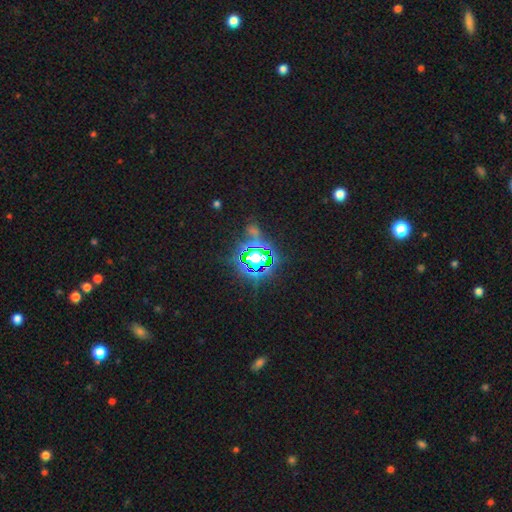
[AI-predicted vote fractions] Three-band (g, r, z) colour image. It shows a star or artifact, not a galaxy (75%).